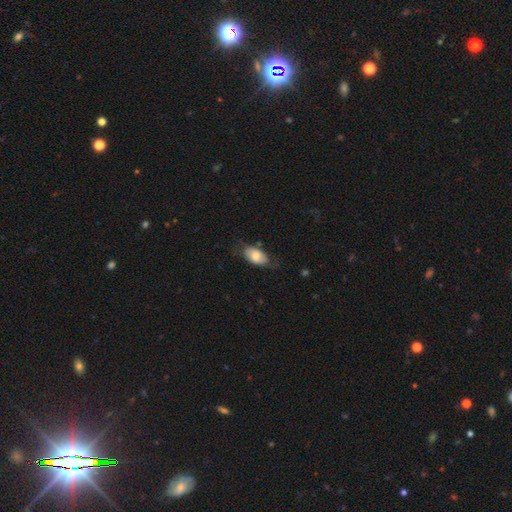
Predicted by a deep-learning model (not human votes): Morphology: type=smooth (70%); roundness=in between (92%); merging=none (64%).